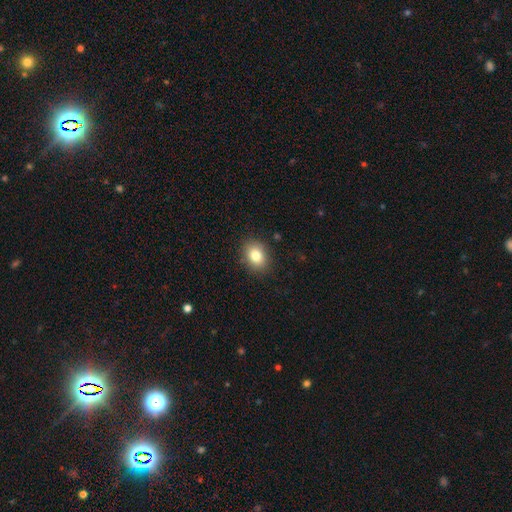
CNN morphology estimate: type=smooth (82%); roundness=in between (60%); merging=none (87%).